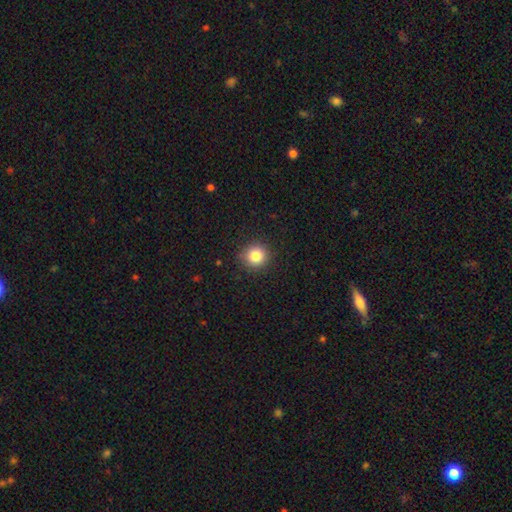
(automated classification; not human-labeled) Smooth or featured? smooth (84%)
How rounded? round (91%)
Merging? none (89%)